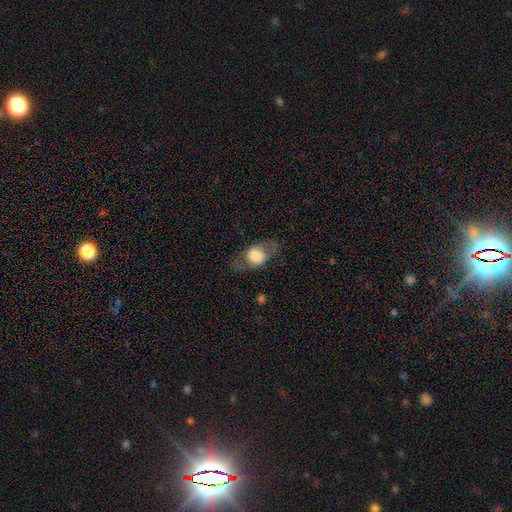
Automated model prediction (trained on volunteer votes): Smooth or featured?
  - smooth: 55% *
  - featured or disk: 39%
  - star or artifact: 7%
How rounded?
  - in between: 56% *
  - round: 41%
  - cigar-shaped: 3%
Merging?
  - none: 72% *
  - minor disturbance: 15%
  - major disturbance: 12%
  - merger: 1%